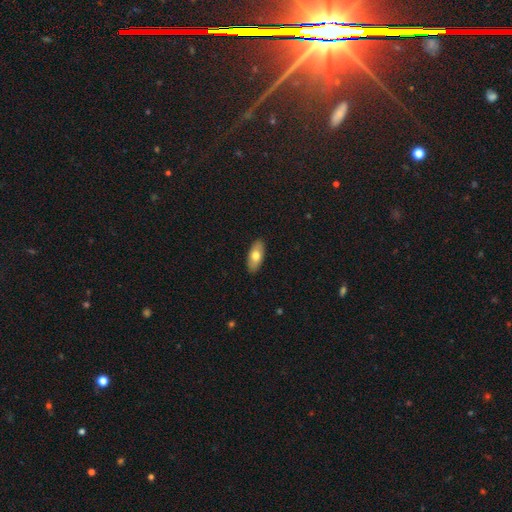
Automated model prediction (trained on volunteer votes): smooth-or-featured: smooth: 72% | featured or disk: 23% | star or artifact: 6%
  how-rounded: in between: 88% | cigar-shaped: 9% | round: 3%
  merging: none: 89% | minor disturbance: 8% | major disturbance: 2% | merger: 1%